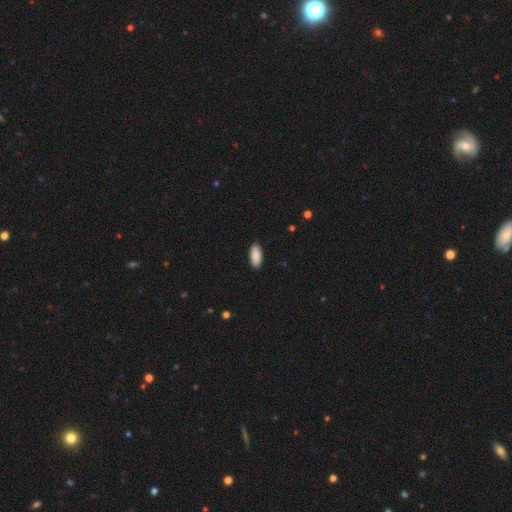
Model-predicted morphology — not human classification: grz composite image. It shows a smooth galaxy with no disk features (90%) that is in between round and cigar-shaped (88%). Merging: none (90%).